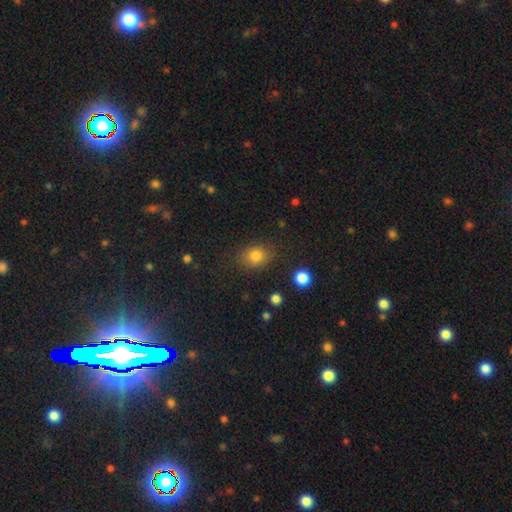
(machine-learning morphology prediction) type=smooth (81%); roundness=round (52%); merging=none (81%).